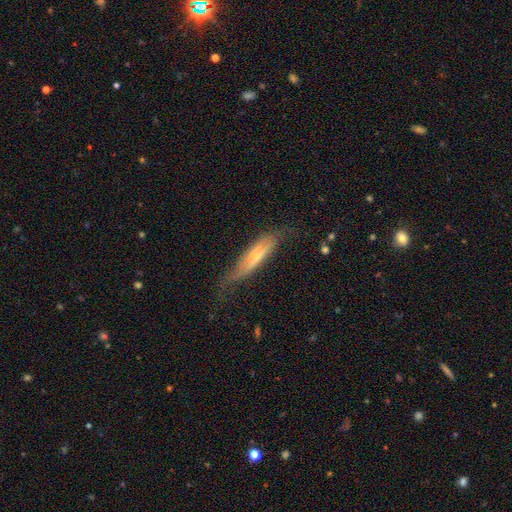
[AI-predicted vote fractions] This appears to be a featured or disk galaxy (51%) viewed edge-on (73%). Merging: none (51%).